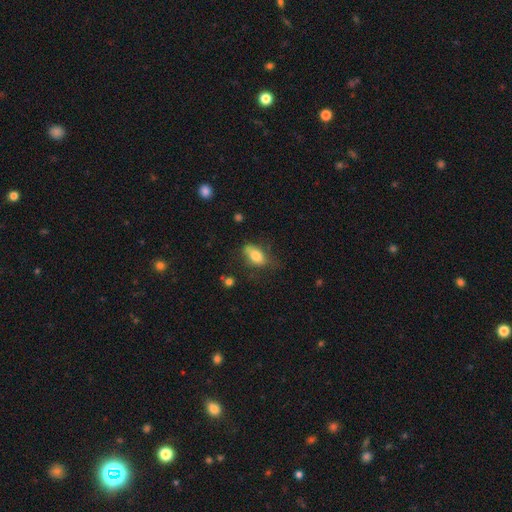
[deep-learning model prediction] Morphology: type=smooth (77%); roundness=in between (86%); merging=none (57%).